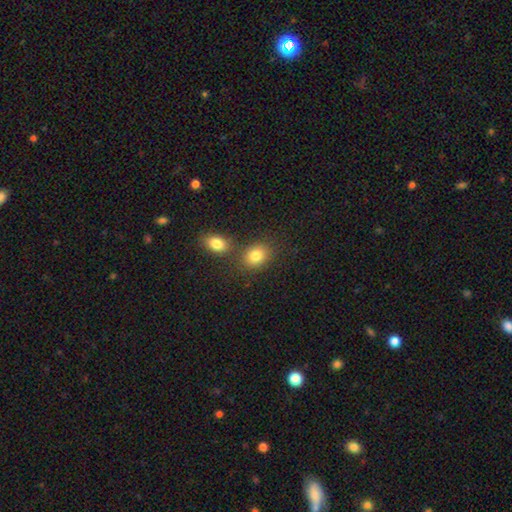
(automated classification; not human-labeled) Q: Smooth or featured?
A: smooth (82%); runner-up: star or artifact (11%)
Q: How rounded?
A: in between (50%); runner-up: round (49%)
Q: Merging?
A: none (66%); runner-up: merger (20%)